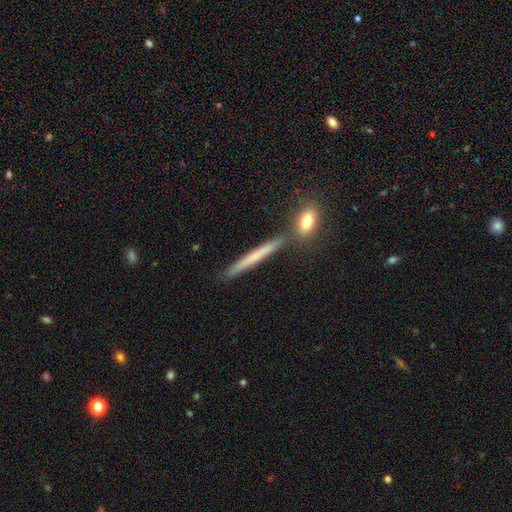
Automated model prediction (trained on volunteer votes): Smooth or featured: smooth — 58% (featured or disk — 35%)
How rounded: cigar-shaped — 95% (in between — 3%)
Merging: none — 80% (minor disturbance — 9%)